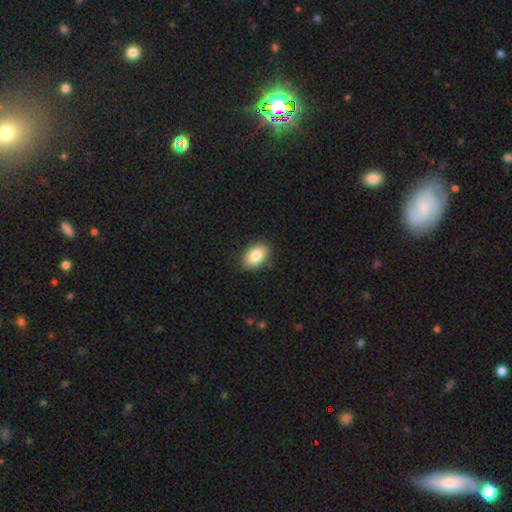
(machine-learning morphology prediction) This appears to be a smooth galaxy with no disk features (84%) that is in between round and cigar-shaped (88%). Merging: none (86%).